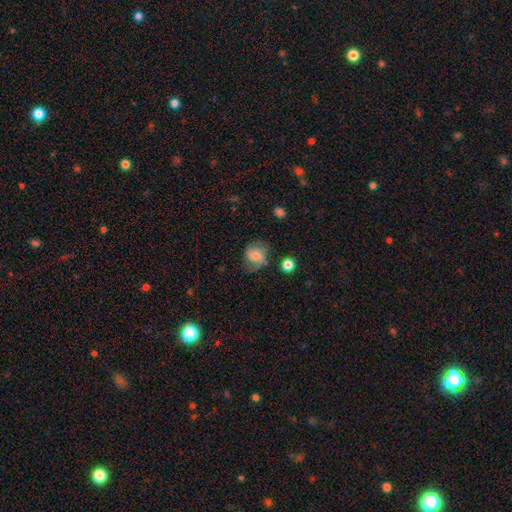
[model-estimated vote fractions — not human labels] A smooth galaxy with no disk features (58%) that is round (63%).

Vote fractions:
- Smooth or featured? smooth: 58% / featured or disk: 32% / star or artifact: 10%
- How rounded? round: 63% / in between: 35% / cigar-shaped: 1%
- Merging? none: 57% / minor disturbance: 28% / major disturbance: 13% / merger: 2%